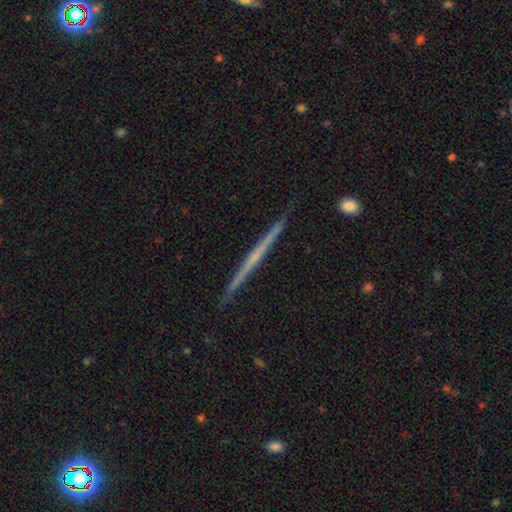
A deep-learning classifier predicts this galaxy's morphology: Smooth or featured: featured or disk — 66% (smooth — 28%)
Edge-on disk: yes — 98% (no — 2%)
Edge-on bulge: none — 83% (rounded — 13%)
Merging: none — 92% (minor disturbance — 6%)